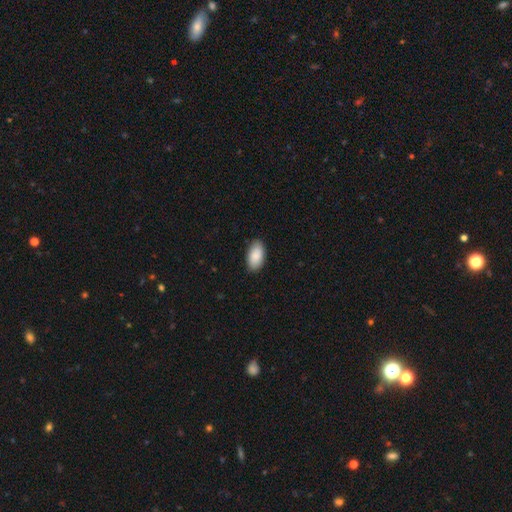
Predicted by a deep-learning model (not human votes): A smooth galaxy with no disk features (90%) that is in between round and cigar-shaped (95%).

Vote fractions:
- Smooth or featured? smooth: 90% / star or artifact: 6% / featured or disk: 5%
- How rounded? in between: 95% / round: 3% / cigar-shaped: 2%
- Merging? none: 87% / minor disturbance: 10% / major disturbance: 2% / merger: 1%